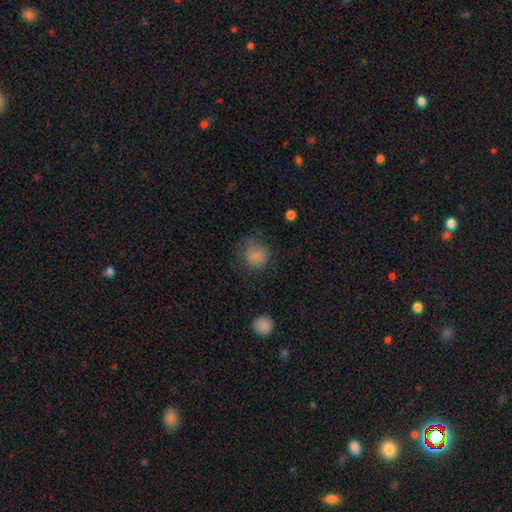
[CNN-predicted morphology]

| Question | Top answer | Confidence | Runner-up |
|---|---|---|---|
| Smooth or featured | smooth | 80% | star or artifact (11%) |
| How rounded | round | 82% | in between (17%) |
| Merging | none | 59% | minor disturbance (23%) |